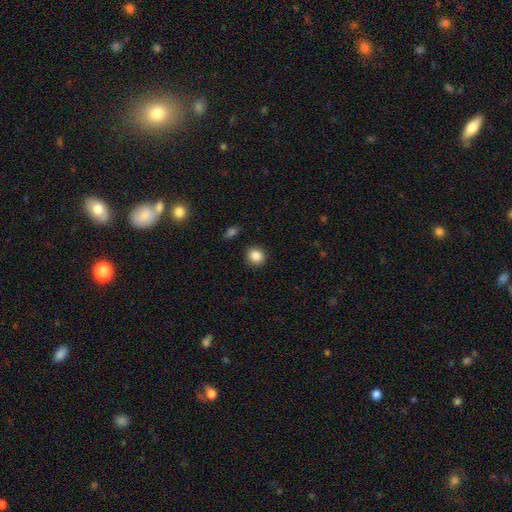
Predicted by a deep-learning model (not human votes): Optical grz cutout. It shows a smooth galaxy with no disk features (87%) that is round (86%). Merging: none (90%).